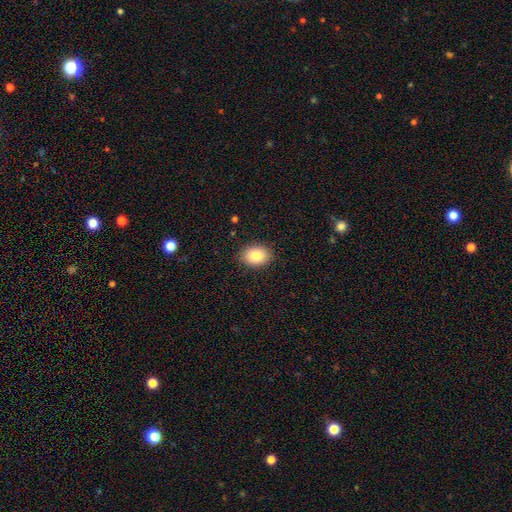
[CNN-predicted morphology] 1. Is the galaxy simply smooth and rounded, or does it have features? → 81% smooth, 10% featured or disk, 9% star or artifact.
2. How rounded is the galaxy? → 69% in between, 30% round, 1% cigar-shaped.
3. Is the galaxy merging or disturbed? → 88% none, 9% minor disturbance, 2% major disturbance, 1% merger.